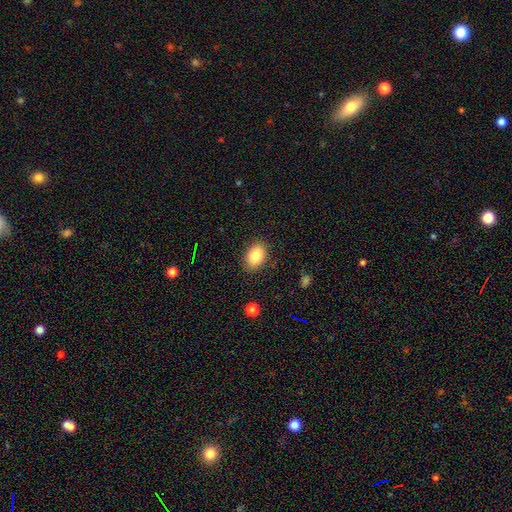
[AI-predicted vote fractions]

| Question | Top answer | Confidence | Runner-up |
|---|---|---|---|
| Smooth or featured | smooth | 85% | star or artifact (8%) |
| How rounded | in between | 84% | round (15%) |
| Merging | none | 86% | minor disturbance (11%) |